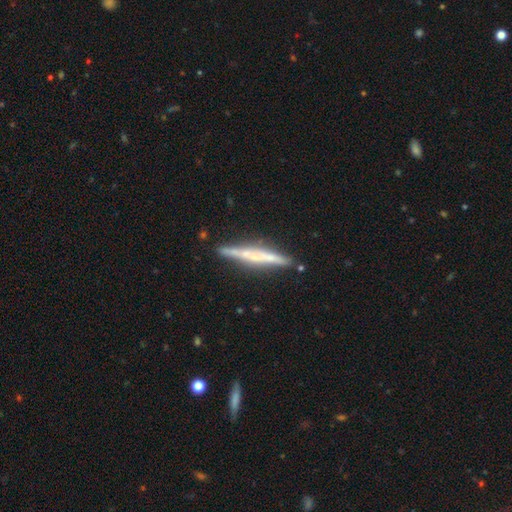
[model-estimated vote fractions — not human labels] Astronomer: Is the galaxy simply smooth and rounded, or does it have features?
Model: featured or disk — 65%.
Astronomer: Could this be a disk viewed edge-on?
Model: yes — 97%.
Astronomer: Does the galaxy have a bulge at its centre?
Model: none — 55% (runner-up: rounded, 30%).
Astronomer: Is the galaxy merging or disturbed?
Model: none — 85%.